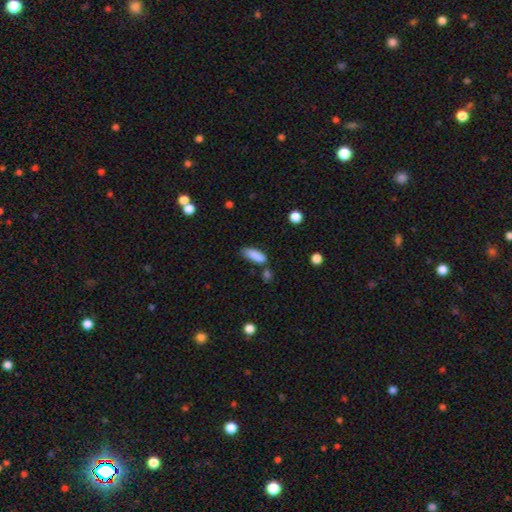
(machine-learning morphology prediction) smooth_or_featured: smooth (p=0.85) [alt: star or artifact p=0.08]
how_rounded: in between (p=0.68) [alt: cigar-shaped p=0.30]
merging: none (p=0.53) [alt: minor disturbance p=0.27]